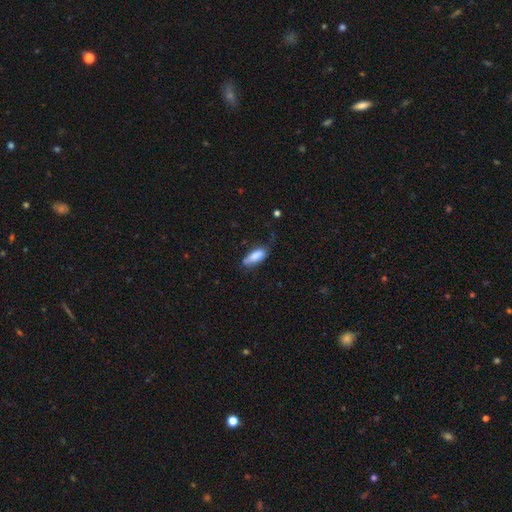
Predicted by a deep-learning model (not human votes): Smooth or featured? Predicted: smooth (p=0.78). How rounded? Predicted: in between (p=0.73). Merging? Predicted: none (p=0.47).